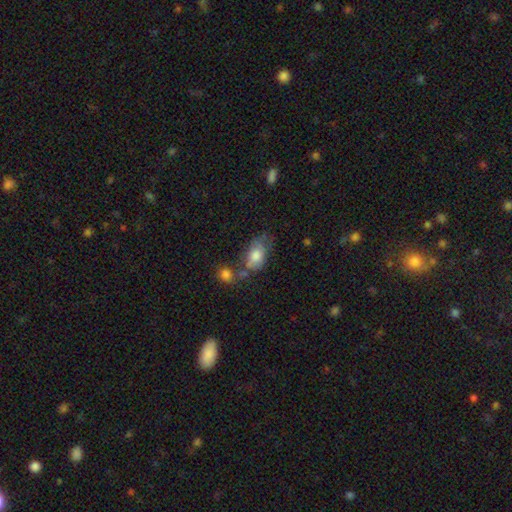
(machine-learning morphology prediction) Smooth or featured: smooth — 71% (featured or disk — 21%)
How rounded: in between — 87% (round — 11%)
Merging: none — 36% (minor disturbance — 28%)